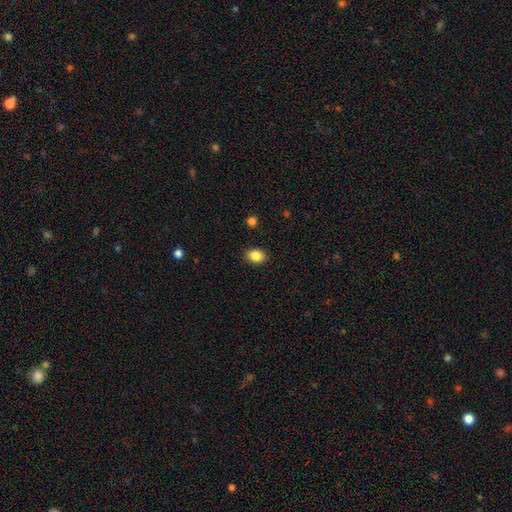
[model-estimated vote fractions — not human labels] Q: Smooth or featured?
A: smooth (86%); runner-up: star or artifact (9%)
Q: How rounded?
A: in between (71%); runner-up: round (28%)
Q: Merging?
A: none (89%); runner-up: minor disturbance (8%)